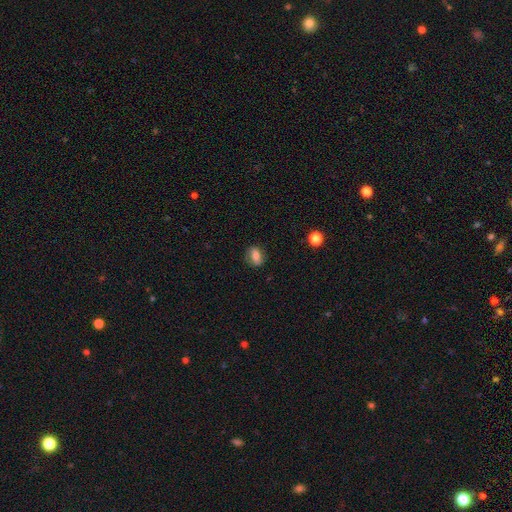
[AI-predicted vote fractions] This appears to be a smooth galaxy with no disk features (63%) that is in between round and cigar-shaped (68%). Merging: none (77%).